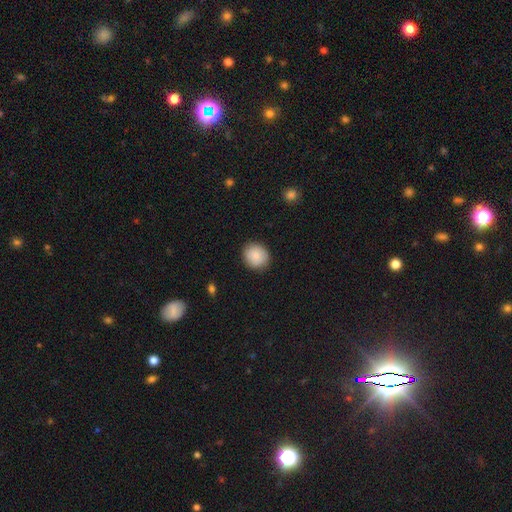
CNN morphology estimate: smooth-or-featured: smooth: 87% | star or artifact: 7% | featured or disk: 6%
  how-rounded: round: 83% | in between: 16% | cigar-shaped: 1%
  merging: none: 88% | minor disturbance: 9% | major disturbance: 2% | merger: 1%